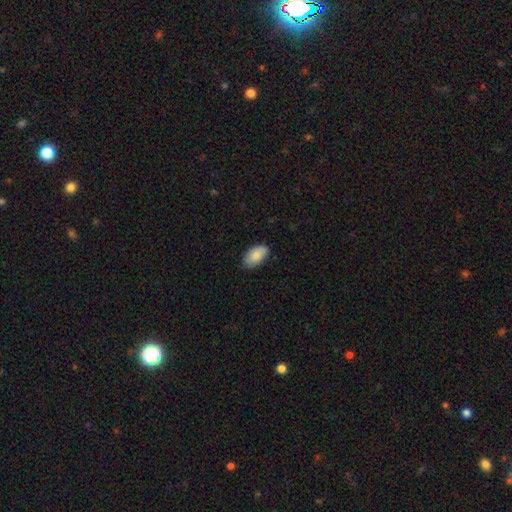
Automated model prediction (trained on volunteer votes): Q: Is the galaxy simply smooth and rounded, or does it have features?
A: smooth — 86%.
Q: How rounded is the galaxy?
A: in between — 95%.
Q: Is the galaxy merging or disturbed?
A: none — 82%.